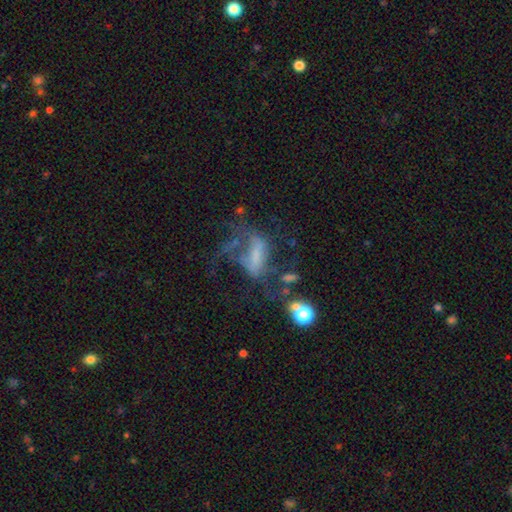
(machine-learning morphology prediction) A featured or disk galaxy (56%) with no bar (47%), no spiral arms (52%) and no central bulge (45%).

Vote fractions:
- Smooth or featured? featured or disk: 56% / smooth: 23% / star or artifact: 21%
- Edge-on disk? no: 92% / yes: 8%
- Bar? no: 47% / weak: 30% / strong: 23%
- Spiral arms? no: 52% / yes: 48%
- Bulge size? none: 45% / small: 27% / moderate: 19% / large: 7% / dominant: 2%
- Merging? major disturbance: 48% / none: 27% / minor disturbance: 14% / merger: 12%